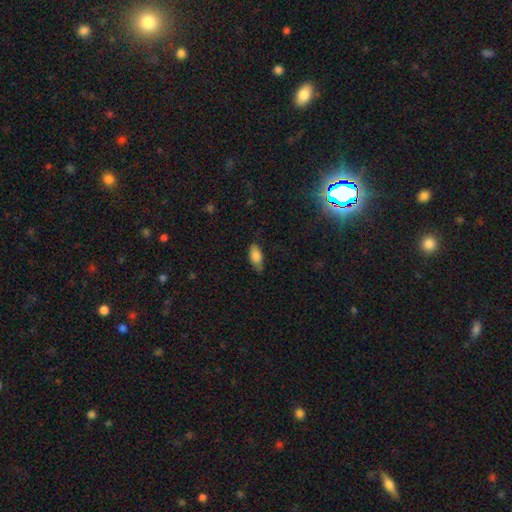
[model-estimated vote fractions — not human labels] Overall: smooth (79%). How rounded: in between (85%). Merging: none (68%).